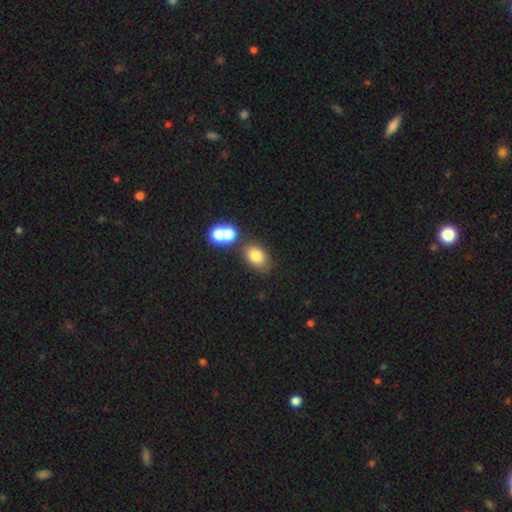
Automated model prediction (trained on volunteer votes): Morphology: type=smooth (77%); roundness=in between (72%); merging=none (66%).